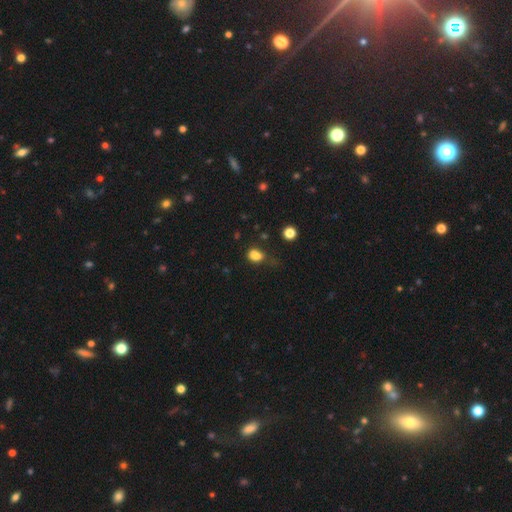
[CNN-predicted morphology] A smooth galaxy with no disk features (82%) that is in between round and cigar-shaped (67%).

Vote fractions:
- Smooth or featured? smooth: 82% / star or artifact: 12% / featured or disk: 6%
- How rounded? in between: 67% / round: 31% / cigar-shaped: 2%
- Merging? none: 46% / minor disturbance: 31% / major disturbance: 17% / merger: 6%